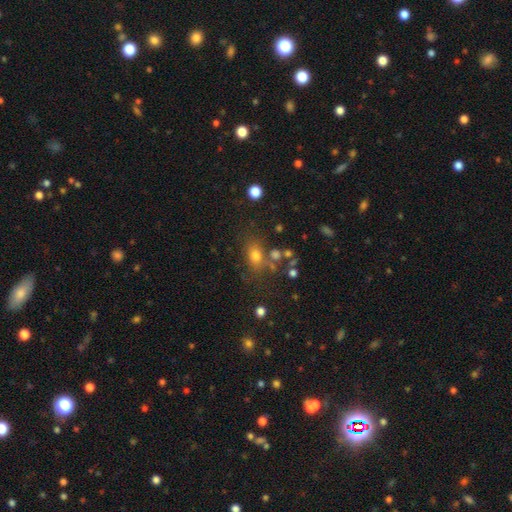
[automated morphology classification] This is likely a smooth galaxy (71%). How rounded: likely in between (65%). Merging: likely none (64%).